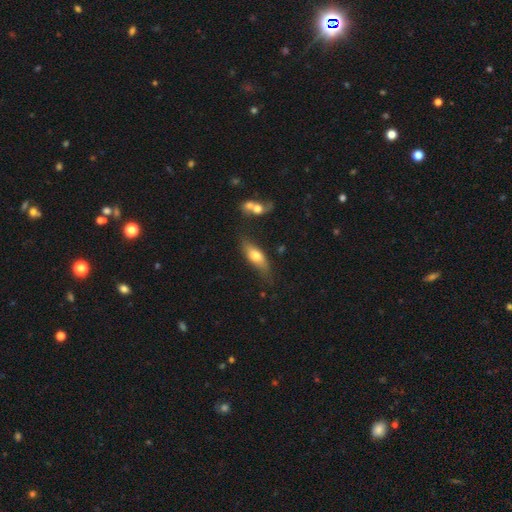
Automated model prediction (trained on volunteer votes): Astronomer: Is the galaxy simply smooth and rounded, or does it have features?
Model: smooth — 63%.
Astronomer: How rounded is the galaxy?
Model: in between — 61%.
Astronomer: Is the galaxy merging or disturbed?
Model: none — 67%.